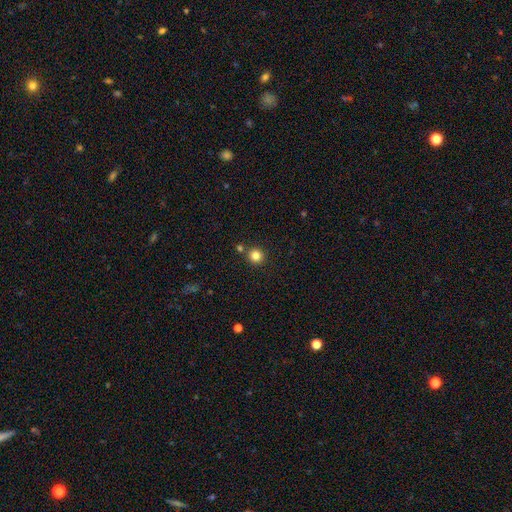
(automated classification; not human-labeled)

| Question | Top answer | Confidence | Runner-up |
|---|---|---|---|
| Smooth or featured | smooth | 82% | star or artifact (13%) |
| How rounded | round | 94% | in between (5%) |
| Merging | none | 85% | merger (7%) |